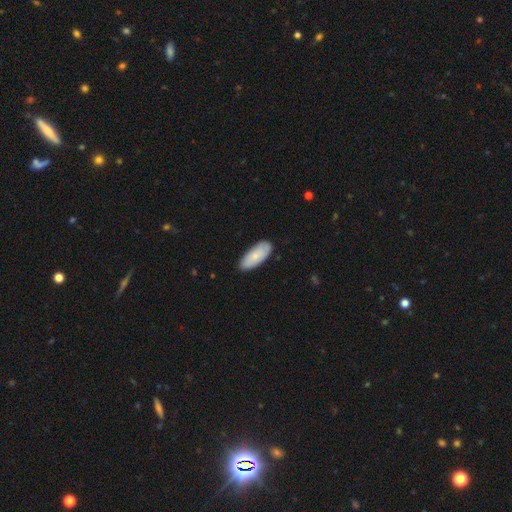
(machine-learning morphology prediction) Overall: smooth (75%). How rounded: in between (84%). Merging: none (85%).